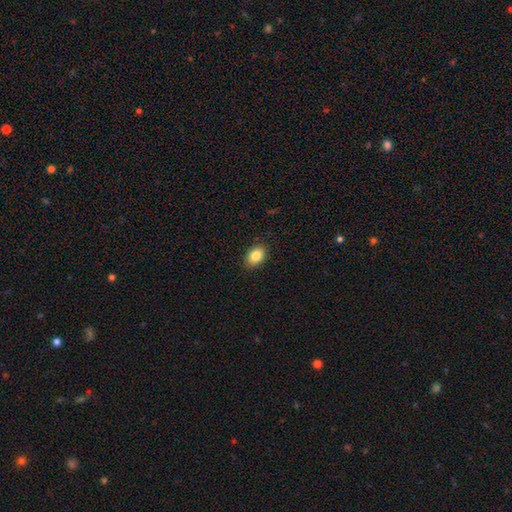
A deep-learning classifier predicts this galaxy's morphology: A smooth galaxy with no disk features (85%) that is in between round and cigar-shaped (77%).

Vote fractions:
- Smooth or featured? smooth: 85% / star or artifact: 8% / featured or disk: 7%
- How rounded? in between: 77% / round: 22% / cigar-shaped: 1%
- Merging? none: 88% / minor disturbance: 9% / major disturbance: 2% / merger: 1%